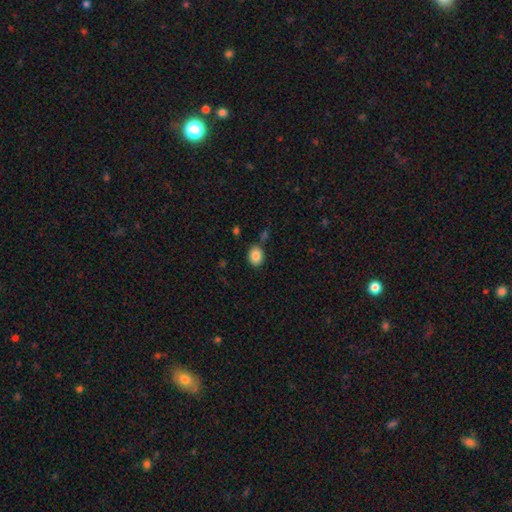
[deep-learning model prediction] Smooth or featured: smooth — 85% (star or artifact — 8%)
How rounded: in between — 58% (round — 41%)
Merging: none — 79% (minor disturbance — 12%)